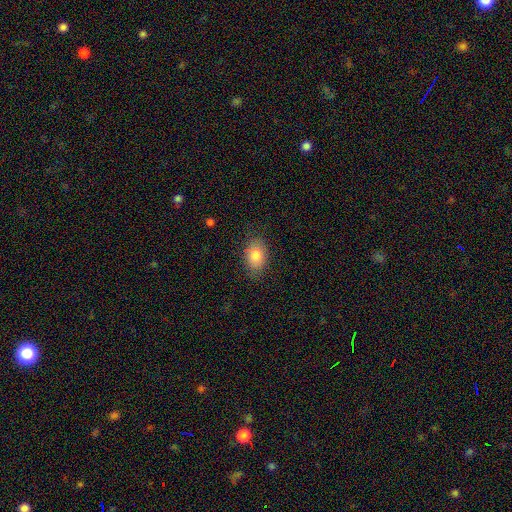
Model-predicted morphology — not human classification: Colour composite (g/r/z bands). It shows a smooth galaxy with no disk features (80%) that is in between round and cigar-shaped (84%). Merging: none (81%).